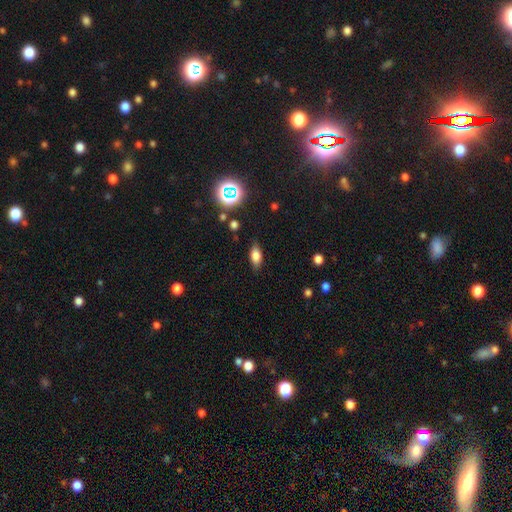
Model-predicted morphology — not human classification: Smooth or featured?
  - smooth: 75% *
  - star or artifact: 13%
  - featured or disk: 12%
How rounded?
  - in between: 83% *
  - cigar-shaped: 10%
  - round: 7%
Merging?
  - none: 84% *
  - minor disturbance: 12%
  - major disturbance: 3%
  - merger: 1%